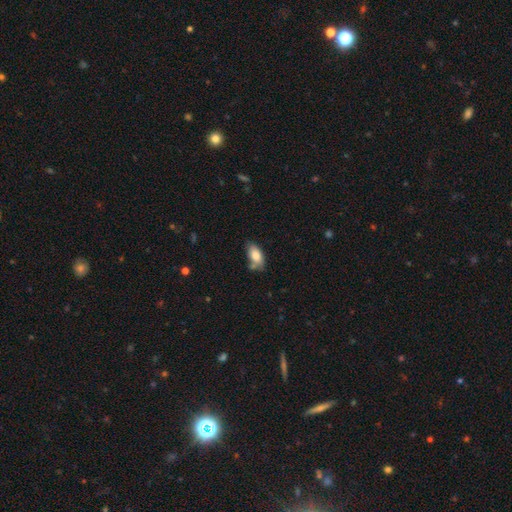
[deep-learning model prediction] Smooth or featured? smooth (83%)
How rounded? in between (91%)
Merging? none (61%)